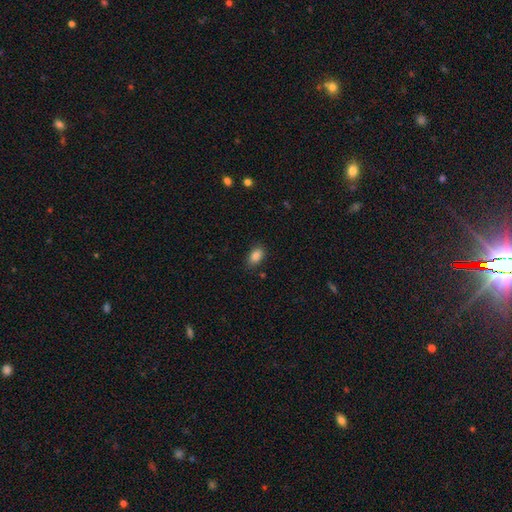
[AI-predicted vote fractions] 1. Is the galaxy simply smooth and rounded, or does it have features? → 87% smooth, 9% star or artifact, 4% featured or disk.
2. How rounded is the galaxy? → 89% in between, 9% round, 2% cigar-shaped.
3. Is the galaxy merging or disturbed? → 82% none, 13% minor disturbance, 3% major disturbance, 1% merger.